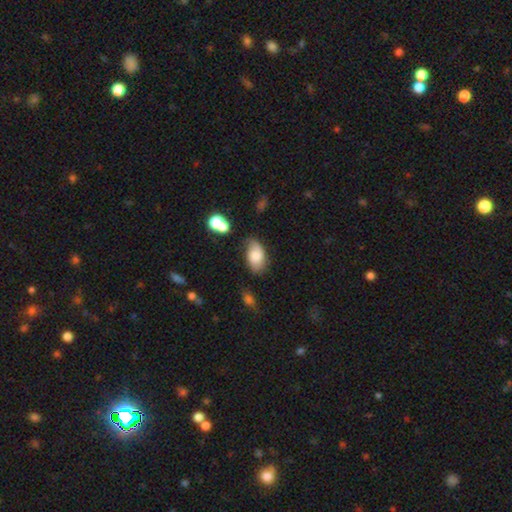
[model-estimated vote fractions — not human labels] Smooth or featured? Predicted: smooth (p=0.74). How rounded? Predicted: in between (p=0.92). Merging? Predicted: none (p=0.60).